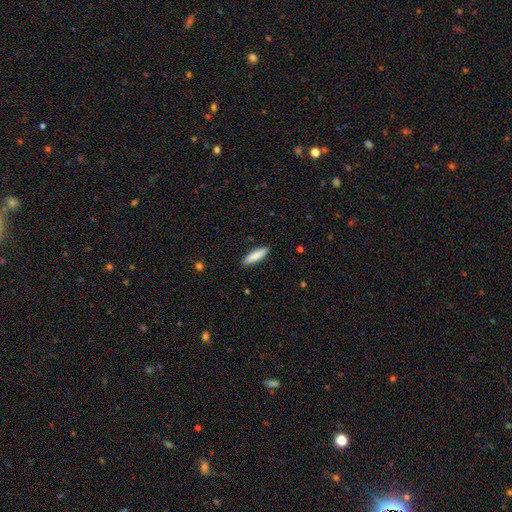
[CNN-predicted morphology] Smooth or featured? Predicted: smooth (p=0.86). How rounded? Predicted: cigar-shaped (p=0.71). Merging? Predicted: none (p=0.90).